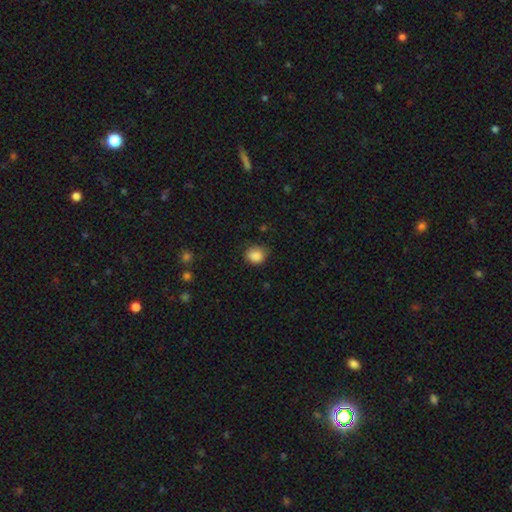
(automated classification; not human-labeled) This is clearly a smooth galaxy (87%). How rounded: likely round (65%). Merging: likely none (73%).